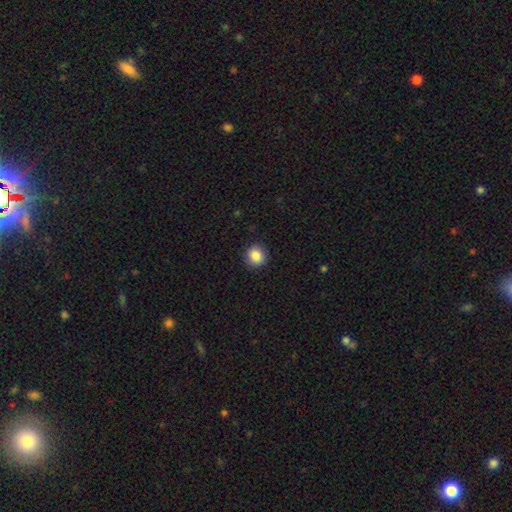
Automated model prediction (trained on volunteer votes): Q: Smooth or featured?
A: smooth (86%); runner-up: star or artifact (9%)
Q: How rounded?
A: round (89%); runner-up: in between (10%)
Q: Merging?
A: none (91%); runner-up: minor disturbance (6%)